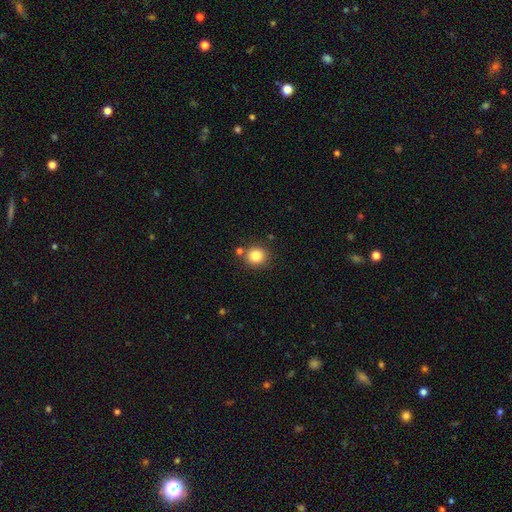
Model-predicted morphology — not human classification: Smooth or featured? Predicted: smooth (p=0.83). How rounded? Predicted: round (p=0.89). Merging? Predicted: none (p=0.81).